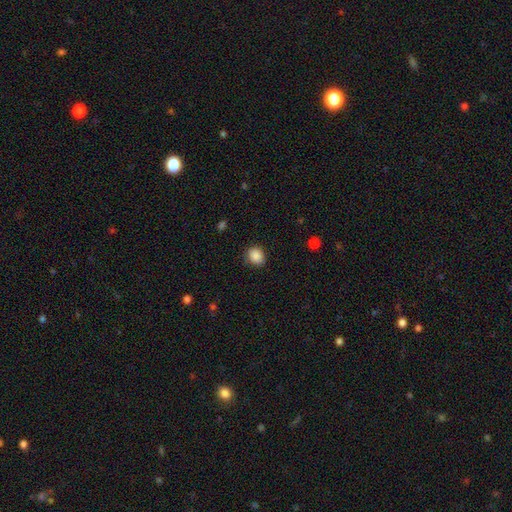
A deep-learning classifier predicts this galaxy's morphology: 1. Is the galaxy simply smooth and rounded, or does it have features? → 88% smooth, 9% star or artifact, 3% featured or disk.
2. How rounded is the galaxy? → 60% round, 39% in between, 1% cigar-shaped.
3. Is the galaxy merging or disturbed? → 83% none, 13% minor disturbance, 3% major disturbance, 1% merger.